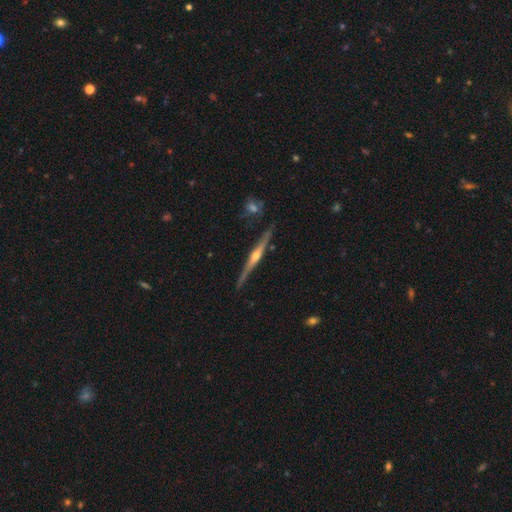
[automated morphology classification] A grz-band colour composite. It shows a featured or disk galaxy (78%) viewed edge-on (98%) with a rounded central bulge (88%). Merging: none (84%).